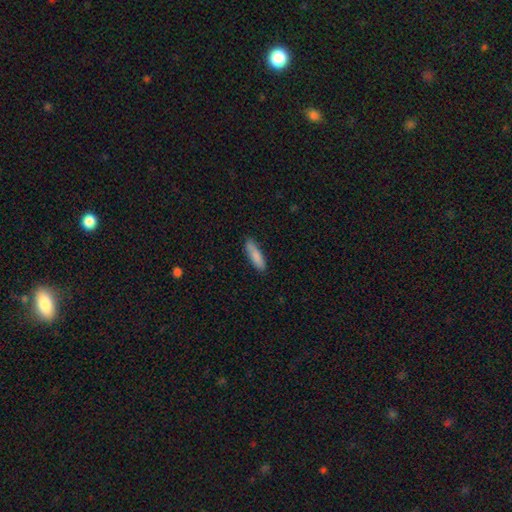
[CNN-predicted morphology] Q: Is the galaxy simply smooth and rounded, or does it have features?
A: smooth — 85%.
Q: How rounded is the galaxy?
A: cigar-shaped — 65%.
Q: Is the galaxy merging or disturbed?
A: none — 82%.